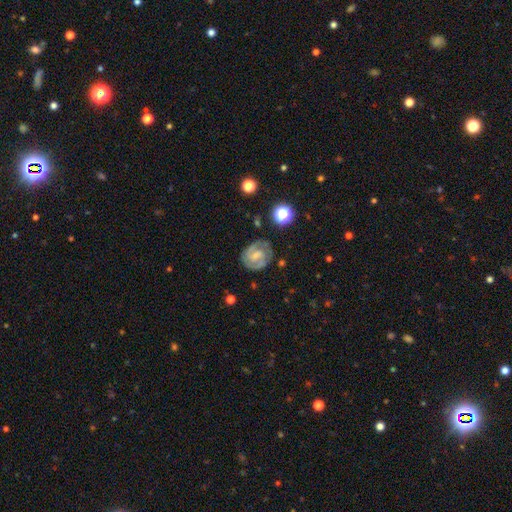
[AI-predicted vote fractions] Q: Smooth or featured?
A: featured or disk (77%); runner-up: smooth (16%)
Q: Edge-on disk?
A: no (98%); runner-up: yes (2%)
Q: Bar?
A: weak (50%); runner-up: no (34%)
Q: Spiral arms?
A: yes (93%); runner-up: no (7%)
Q: Spiral winding?
A: tight (51%); runner-up: medium (41%)
Q: Spiral arm count?
A: 2 (77%); runner-up: can't tell (11%)
Q: Bulge size?
A: small (42%); runner-up: moderate (26%)
Q: Merging?
A: none (74%); runner-up: minor disturbance (17%)